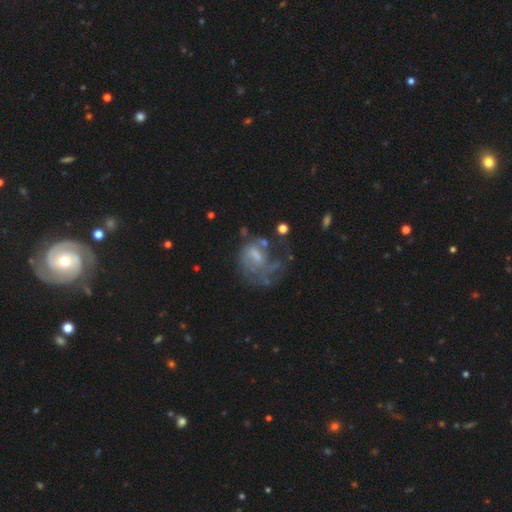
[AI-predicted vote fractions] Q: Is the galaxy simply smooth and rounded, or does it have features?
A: featured or disk — 61%.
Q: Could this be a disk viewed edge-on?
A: no — 97%.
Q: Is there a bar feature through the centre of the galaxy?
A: no — 54%.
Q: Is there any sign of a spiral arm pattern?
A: yes — 52%.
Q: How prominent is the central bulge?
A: small — 32%.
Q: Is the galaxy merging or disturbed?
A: major disturbance — 39%.